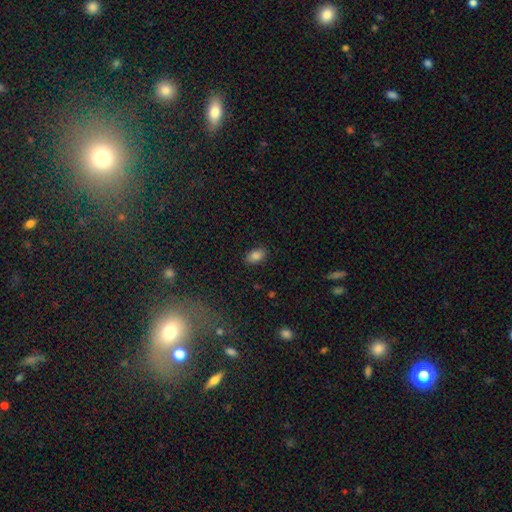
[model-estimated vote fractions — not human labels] This is clearly a smooth galaxy (84%). How rounded: clearly in between (90%). Merging: clearly none (87%).